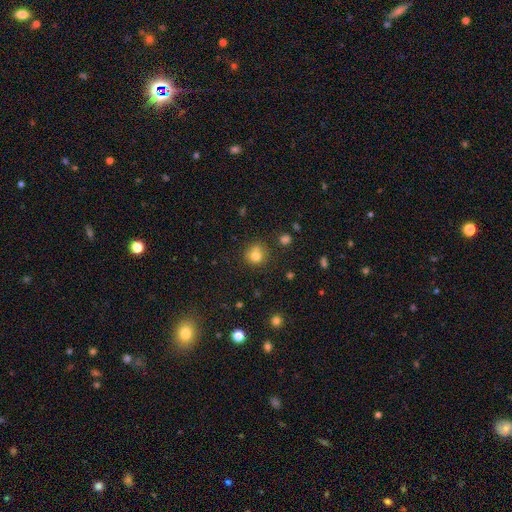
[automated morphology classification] Q: Smooth or featured?
A: smooth (79%); runner-up: star or artifact (13%)
Q: How rounded?
A: round (87%); runner-up: in between (12%)
Q: Merging?
A: none (74%); runner-up: minor disturbance (15%)